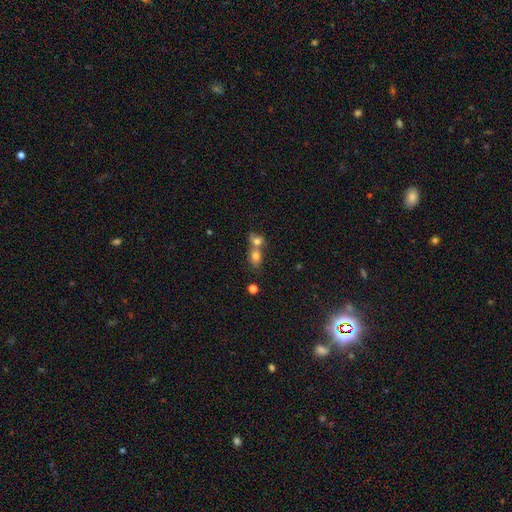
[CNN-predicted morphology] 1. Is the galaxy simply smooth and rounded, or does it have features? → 77% smooth, 12% star or artifact, 11% featured or disk.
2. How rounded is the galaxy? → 56% in between, 42% round, 2% cigar-shaped.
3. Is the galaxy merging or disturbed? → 64% merger, 27% none, 7% minor disturbance, 3% major disturbance.